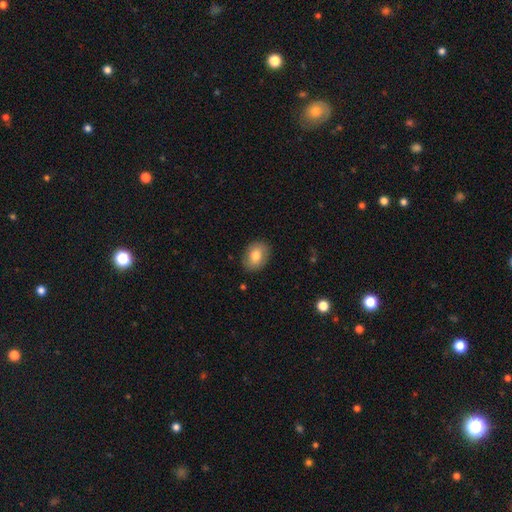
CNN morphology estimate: smooth_or_featured: smooth (p=0.78) [alt: featured or disk p=0.15]
how_rounded: in between (p=0.69) [alt: round p=0.30]
merging: none (p=0.87) [alt: minor disturbance p=0.10]